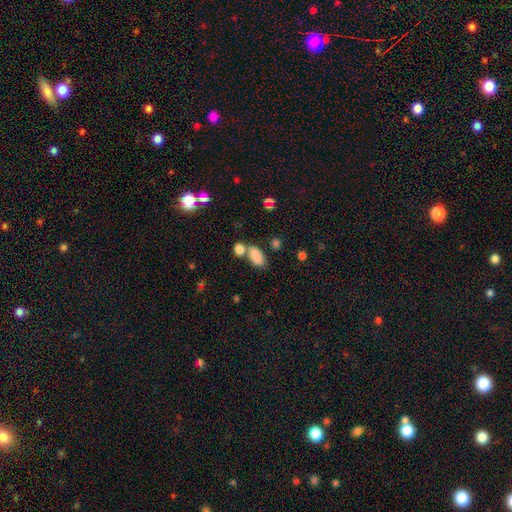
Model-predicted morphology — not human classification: type=smooth (85%); roundness=in between (90%); merging=none (52%).